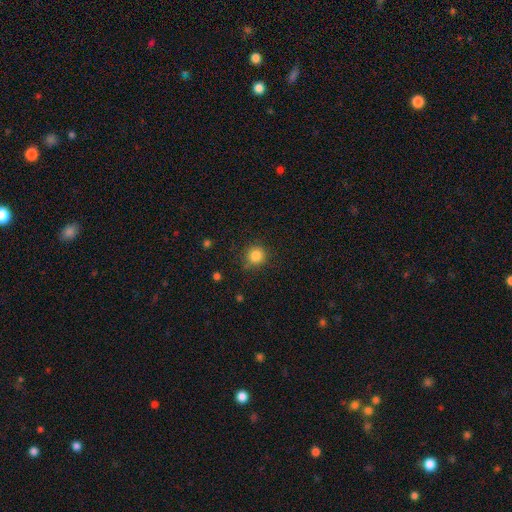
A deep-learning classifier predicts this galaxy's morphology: Smooth or featured: smooth — 84% (star or artifact — 11%)
How rounded: round — 91% (in between — 8%)
Merging: none — 85% (minor disturbance — 11%)